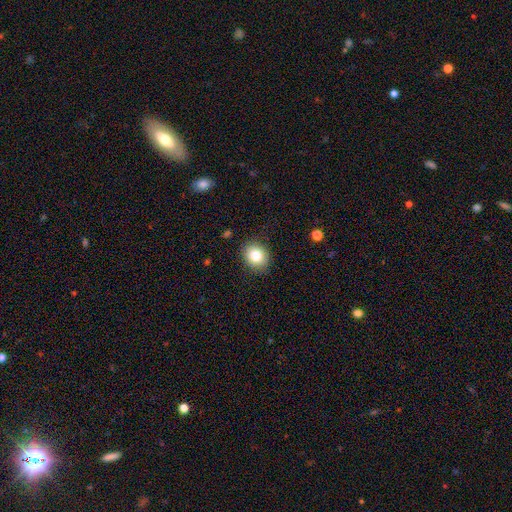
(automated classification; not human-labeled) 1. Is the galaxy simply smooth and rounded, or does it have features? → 82% smooth, 10% star or artifact, 8% featured or disk.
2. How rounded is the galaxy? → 66% round, 33% in between, 1% cigar-shaped.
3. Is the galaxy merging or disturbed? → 87% none, 9% minor disturbance, 2% major disturbance, 1% merger.